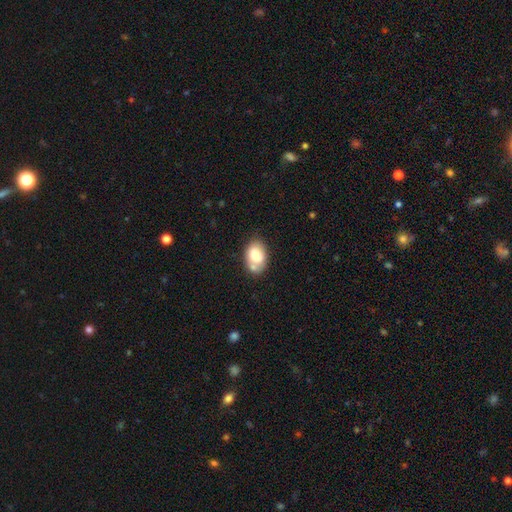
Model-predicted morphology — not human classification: Q: Smooth or featured?
A: smooth (75%); runner-up: featured or disk (18%)
Q: How rounded?
A: in between (85%); runner-up: round (14%)
Q: Merging?
A: none (53%); runner-up: merger (22%)